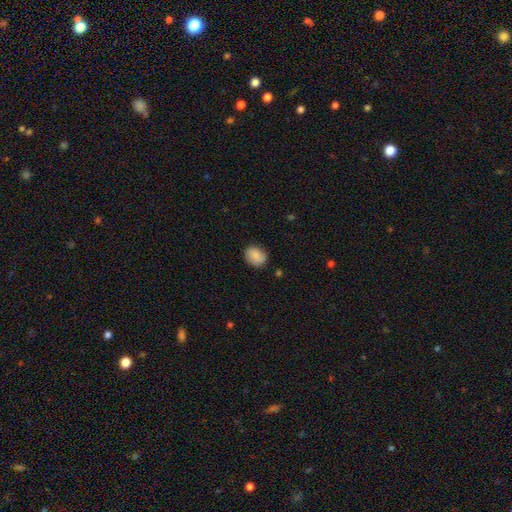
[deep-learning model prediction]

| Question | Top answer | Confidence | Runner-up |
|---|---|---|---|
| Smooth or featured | smooth | 81% | featured or disk (12%) |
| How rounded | round | 51% | in between (48%) |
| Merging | none | 76% | minor disturbance (18%) |